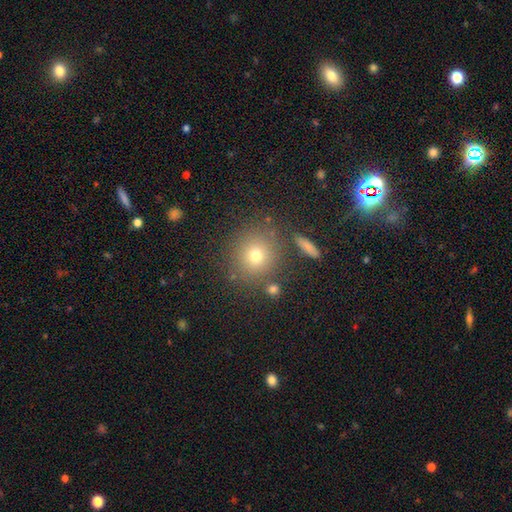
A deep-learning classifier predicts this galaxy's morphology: Smooth or featured: smooth — 71% (star or artifact — 17%)
How rounded: round — 90% (in between — 9%)
Merging: none — 82% (minor disturbance — 9%)